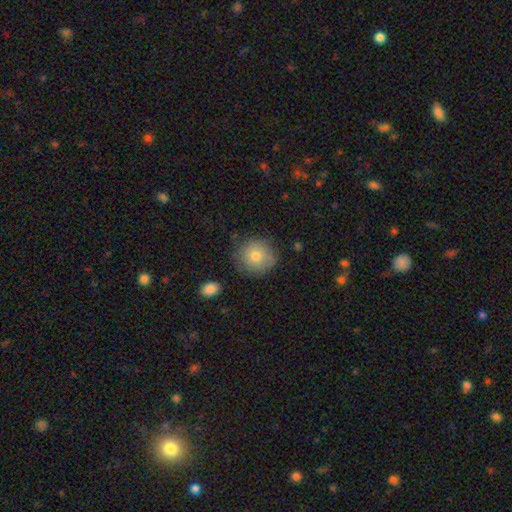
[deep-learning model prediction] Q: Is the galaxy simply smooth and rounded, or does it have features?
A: smooth — 77%.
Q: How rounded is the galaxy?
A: round — 92%.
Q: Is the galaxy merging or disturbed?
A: none — 80%.